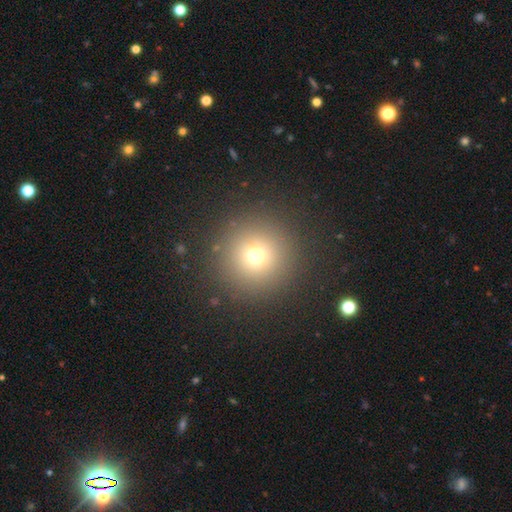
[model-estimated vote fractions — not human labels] This is likely a smooth galaxy (69%). How rounded: clearly round (96%). Merging: clearly none (89%).